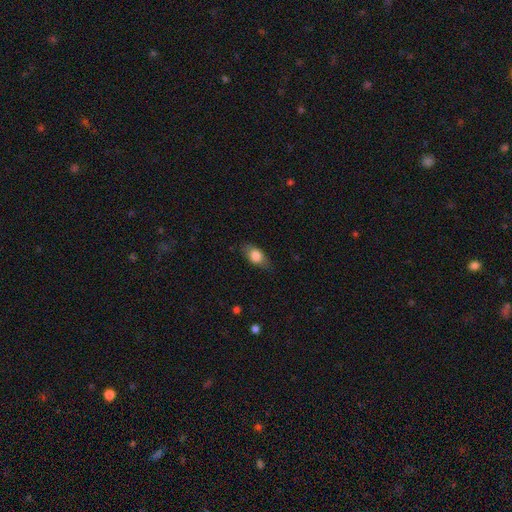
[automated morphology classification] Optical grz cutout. It shows a smooth galaxy with no disk features (76%) that is in between round and cigar-shaped (81%). Merging: none (75%).